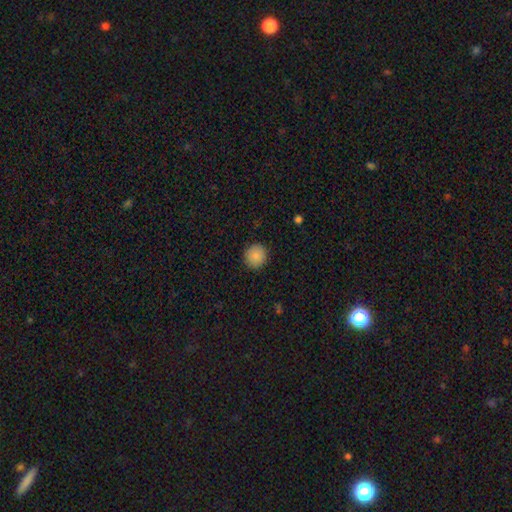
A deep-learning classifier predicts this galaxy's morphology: A smooth galaxy with no disk features (88%) that is round (93%). Merging: none (91%).